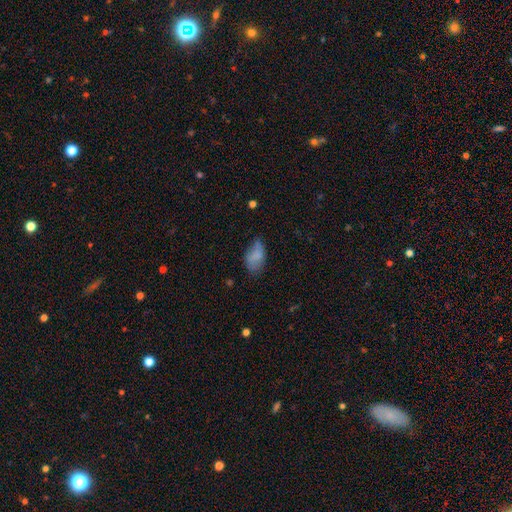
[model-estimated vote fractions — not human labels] This appears to be a smooth galaxy with no disk features (75%) that is in between round and cigar-shaped (92%). Merging: none (52%).